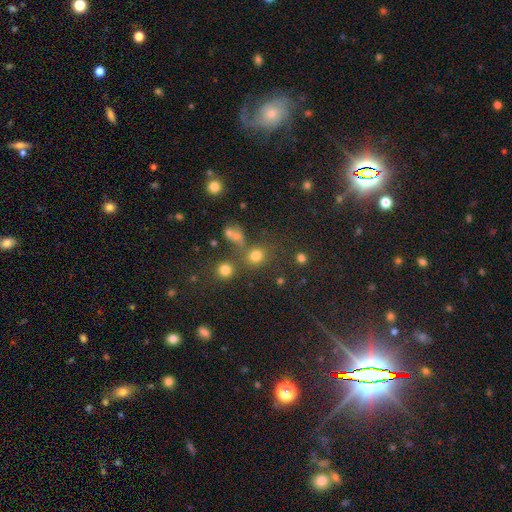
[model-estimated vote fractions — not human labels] Q: Smooth or featured?
A: smooth (74%); runner-up: star or artifact (19%)
Q: How rounded?
A: round (80%); runner-up: in between (19%)
Q: Merging?
A: none (68%); runner-up: merger (16%)